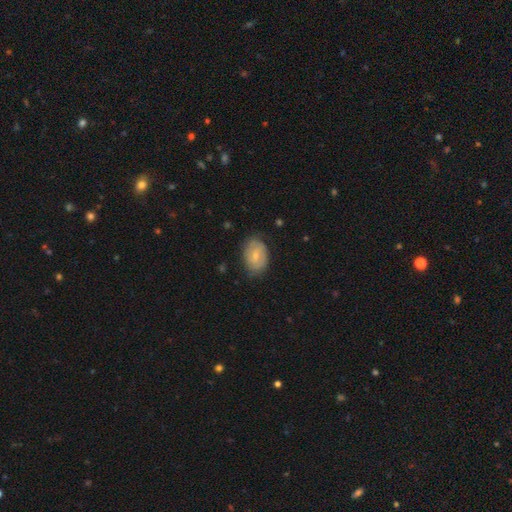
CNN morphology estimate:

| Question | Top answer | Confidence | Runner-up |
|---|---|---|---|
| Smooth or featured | smooth | 49% | featured or disk (44%) |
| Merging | none | 72% | minor disturbance (21%) |